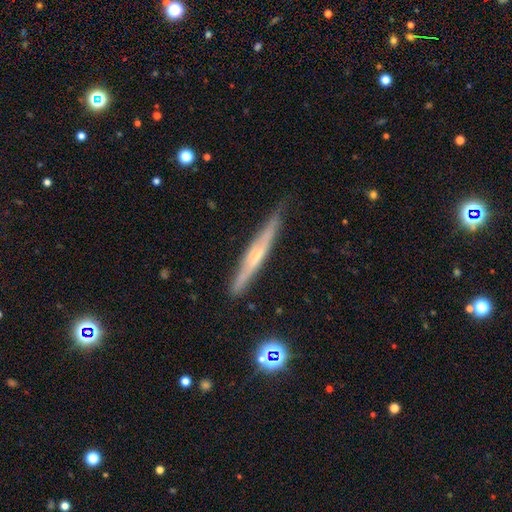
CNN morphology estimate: This appears to be a featured or disk galaxy (60%) viewed edge-on (94%) with a rounded central bulge (45%). Merging: none (80%).